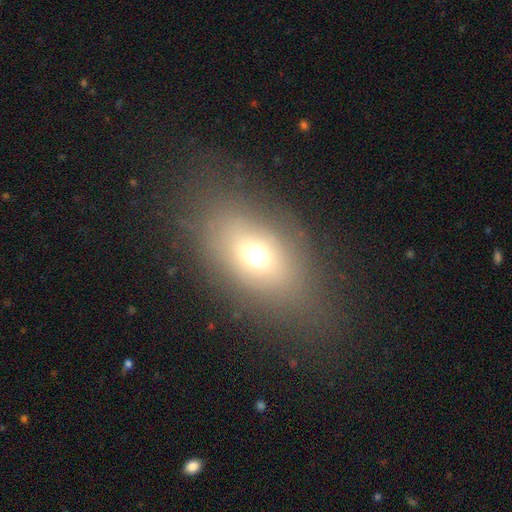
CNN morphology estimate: Smooth or featured? smooth (63%)
How rounded? in between (76%)
Merging? none (69%)